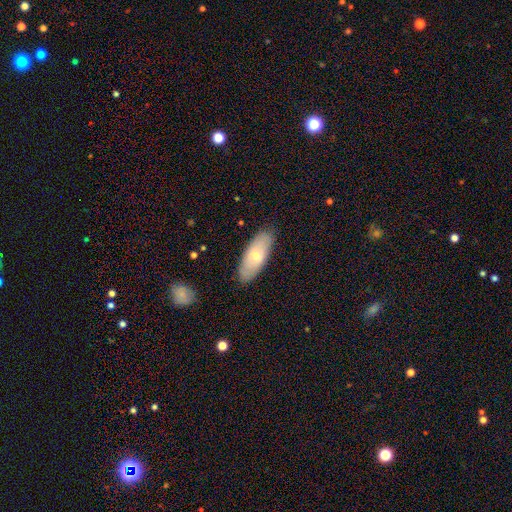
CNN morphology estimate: This appears to be a smooth galaxy with no disk features (62%) that is in between round and cigar-shaped (78%). Merging: none (86%).